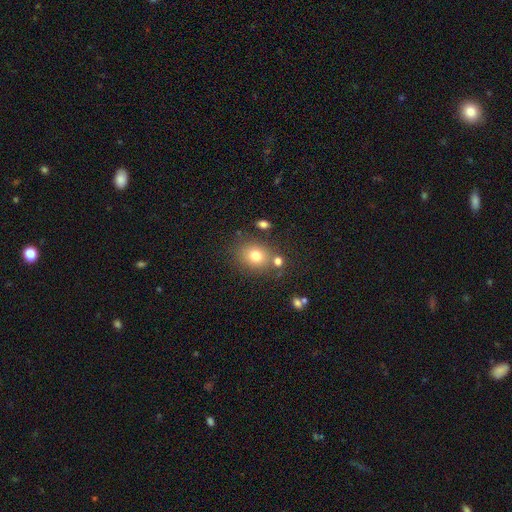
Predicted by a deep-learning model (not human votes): smooth_or_featured: smooth (p=0.75) [alt: star or artifact p=0.13]
how_rounded: round (p=0.61) [alt: in between p=0.38]
merging: none (p=0.71) [alt: minor disturbance p=0.12]